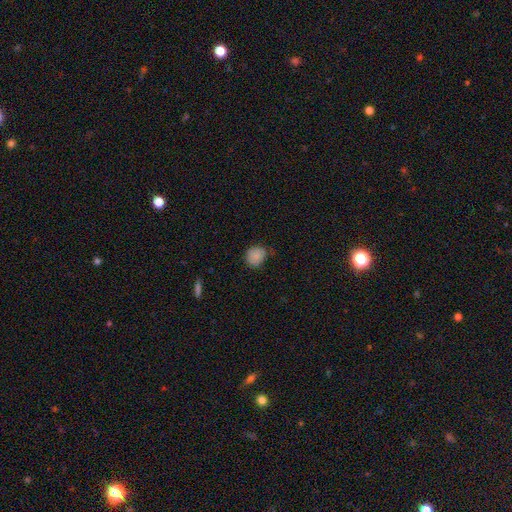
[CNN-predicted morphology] Smooth or featured? smooth (86%)
How rounded? round (70%)
Merging? none (62%)